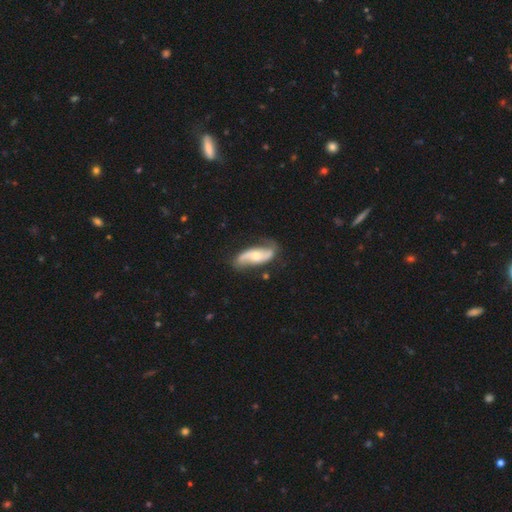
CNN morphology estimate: smooth-or-featured: featured or disk: 77% | smooth: 18% | star or artifact: 5%
  disk-edge-on: no: 89% | yes: 11%
    bar: no: 59% | weak: 26% | strong: 15%
    has-spiral-arms: yes: 90% | no: 10%
      spiral-winding: loose: 64% | medium: 26% | tight: 10%
      spiral-arm-count: 2: 91% | can't tell: 5% | 1: 2% | 3: 1% | 4: 1% | more than 4: 1%
    bulge-size: moderate: 68% | small: 23% | large: 6% | none: 1% | dominant: 1%
  merging: none: 74% | minor disturbance: 18% | major disturbance: 6% | merger: 2%